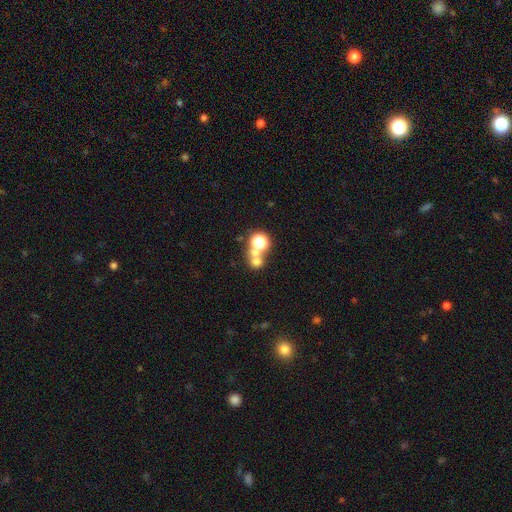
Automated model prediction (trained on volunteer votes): Smooth or featured?
  - smooth: 59% *
  - star or artifact: 26%
  - featured or disk: 15%
How rounded?
  - round: 80% *
  - in between: 19%
  - cigar-shaped: 1%
Merging?
  - merger: 47% *
  - none: 42%
  - minor disturbance: 6%
  - major disturbance: 5%